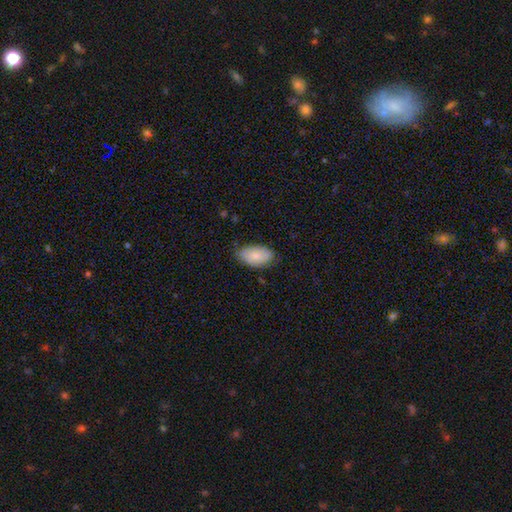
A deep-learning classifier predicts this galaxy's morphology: smooth 82%, featured or disk 12%, star or artifact 6%. Down the decision tree: how rounded — in between (95%); merging — none (74%).